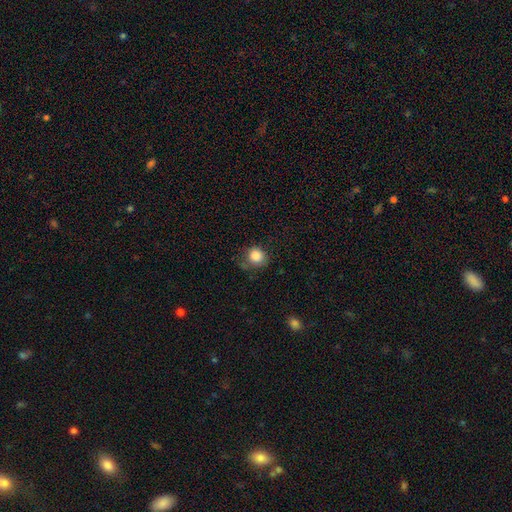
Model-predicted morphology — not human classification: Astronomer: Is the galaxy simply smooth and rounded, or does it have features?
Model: smooth — 85%.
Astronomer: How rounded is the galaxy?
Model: round — 83%.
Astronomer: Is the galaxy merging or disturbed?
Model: none — 67%.